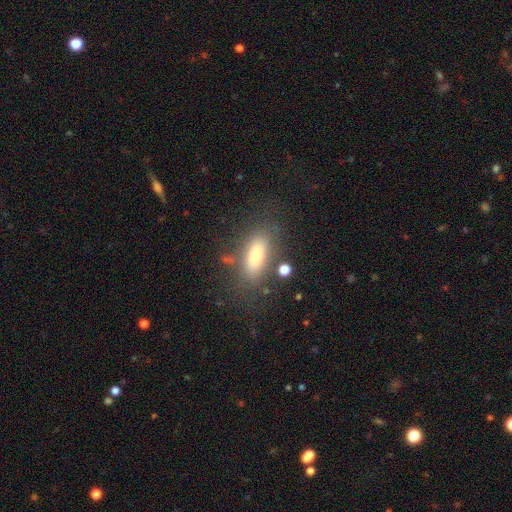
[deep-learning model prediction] A smooth galaxy with no disk features (68%) that is in between round and cigar-shaped (77%). Merging: none (75%).